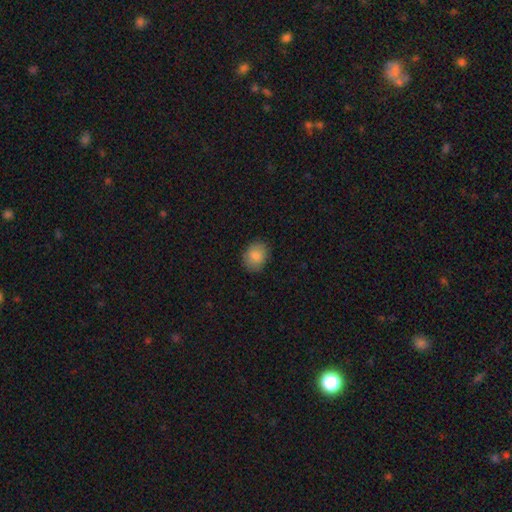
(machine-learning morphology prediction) A smooth galaxy with no disk features (84%) that is round (54%). Merging: none (85%).